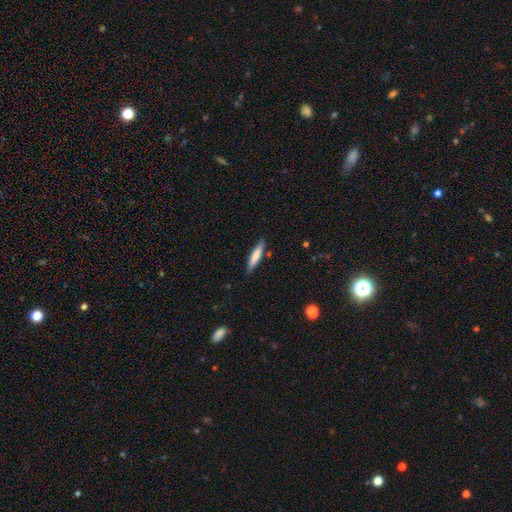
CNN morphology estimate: A smooth galaxy with no disk features (72%) that is cigar-shaped (84%).

Vote fractions:
- Smooth or featured? smooth: 72% / featured or disk: 22% / star or artifact: 6%
- How rounded? cigar-shaped: 84% / in between: 15% / round: 1%
- Merging? none: 84% / minor disturbance: 12% / major disturbance: 2% / merger: 2%